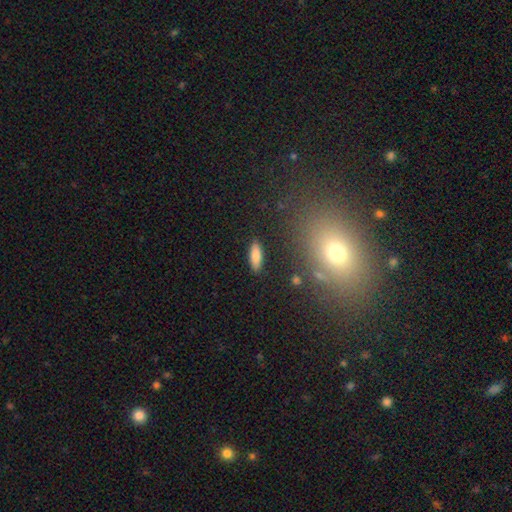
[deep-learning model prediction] A smooth galaxy with no disk features (82%) that is in between round and cigar-shaped (61%). Merging: none (87%).